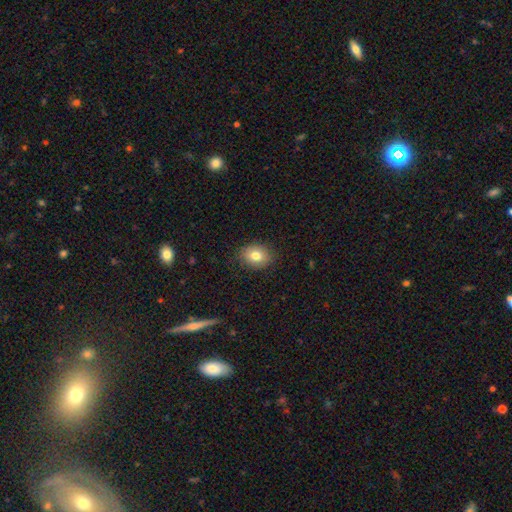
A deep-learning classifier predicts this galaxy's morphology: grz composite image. It shows a smooth galaxy with no disk features (79%) that is in between round and cigar-shaped (56%). Merging: none (85%).